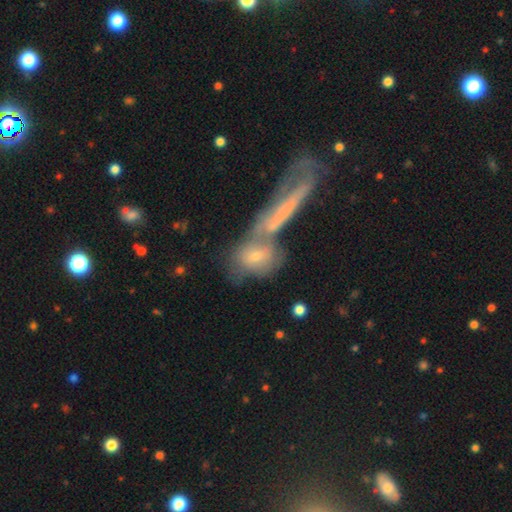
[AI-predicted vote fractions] A smooth galaxy with no disk features (50%).

Vote fractions:
- Smooth or featured? smooth: 50% / featured or disk: 41% / star or artifact: 9%
- Merging? merger: 54% / none: 28% / minor disturbance: 10% / major disturbance: 7%